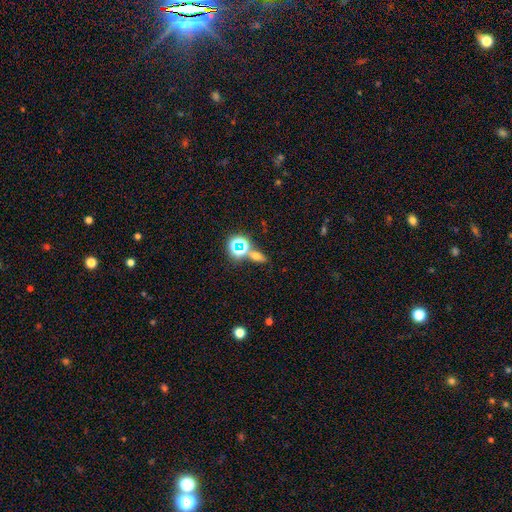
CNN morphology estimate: Overall: smooth (51%; star or artifact 35%). How rounded: in between (64%; round 24%). Merging: none (65%).